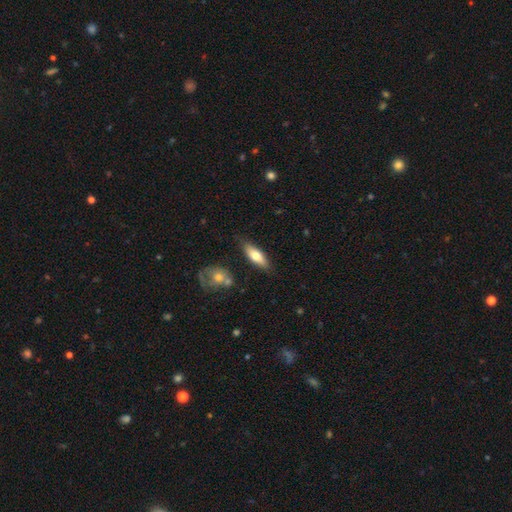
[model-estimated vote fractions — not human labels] Q: Smooth or featured?
A: smooth (70%); runner-up: featured or disk (24%)
Q: How rounded?
A: in between (64%); runner-up: cigar-shaped (33%)
Q: Merging?
A: none (78%); runner-up: minor disturbance (14%)